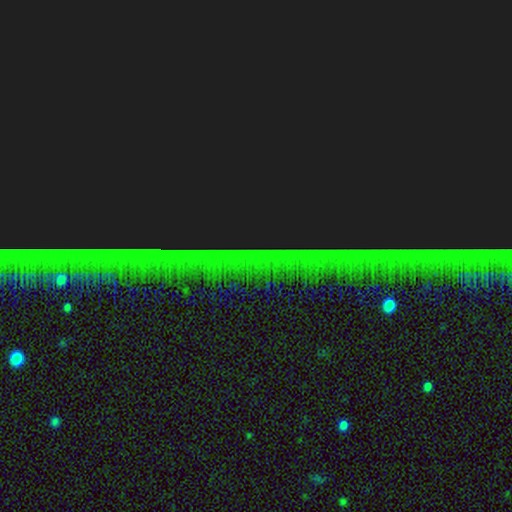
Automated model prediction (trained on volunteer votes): Smooth or featured: star or artifact — 87% (featured or disk — 7%)